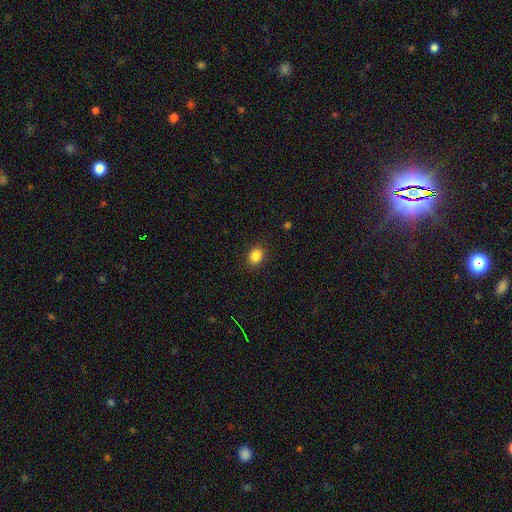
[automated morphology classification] Smooth or featured? smooth (85%)
How rounded? in between (56%)
Merging? none (86%)